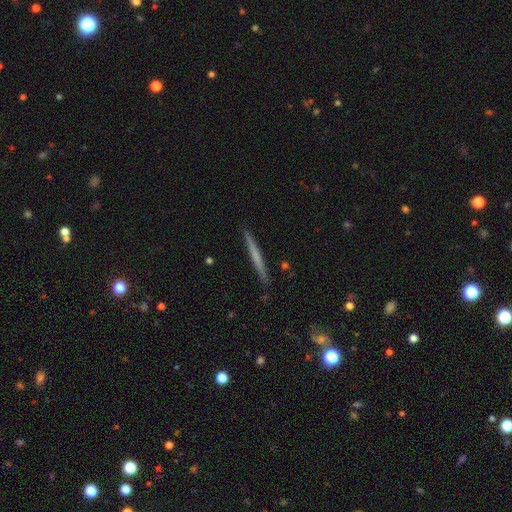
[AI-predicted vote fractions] Smooth or featured? Predicted: smooth (p=0.50). Merging? Predicted: none (p=0.91).